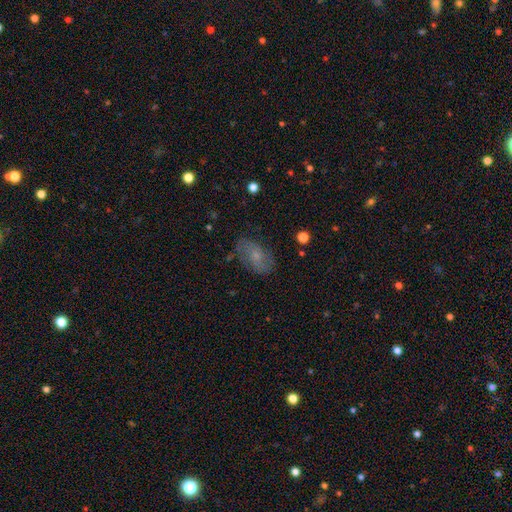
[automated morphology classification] smooth_or_featured: smooth (p=0.50) [alt: featured or disk p=0.40]
merging: none (p=0.72) [alt: minor disturbance p=0.19]